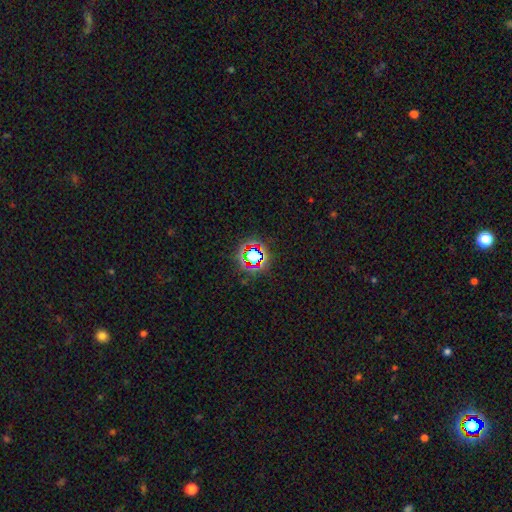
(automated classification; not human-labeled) smooth-or-featured: star or artifact: 65% | smooth: 22% | featured or disk: 13%